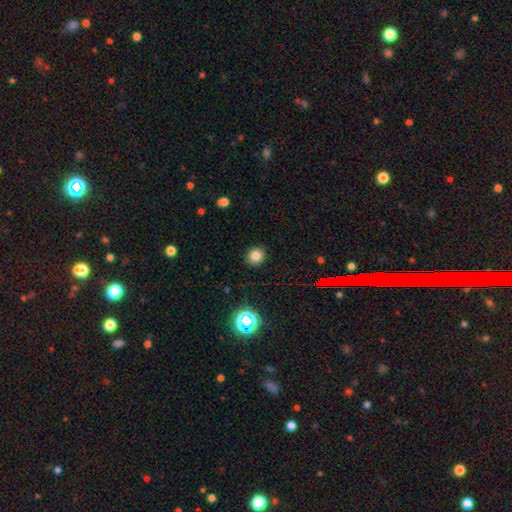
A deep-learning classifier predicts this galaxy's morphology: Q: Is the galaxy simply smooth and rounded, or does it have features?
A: smooth — 79%.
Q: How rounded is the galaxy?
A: round — 86%.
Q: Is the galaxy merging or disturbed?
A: none — 91%.